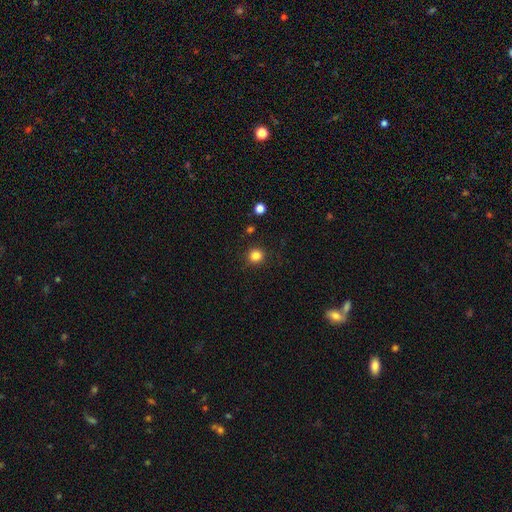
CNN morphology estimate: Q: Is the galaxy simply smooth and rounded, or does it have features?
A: smooth — 84%.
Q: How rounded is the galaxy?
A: round — 92%.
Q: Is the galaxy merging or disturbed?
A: none — 90%.